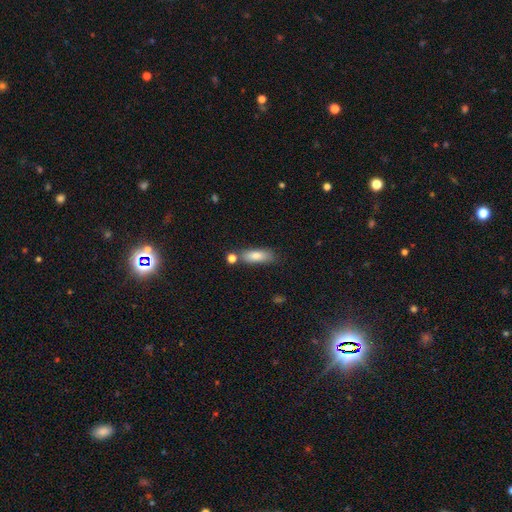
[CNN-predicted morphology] smooth-or-featured: smooth: 78% | featured or disk: 14% | star or artifact: 8%
  how-rounded: in between: 61% | cigar-shaped: 37% | round: 3%
  merging: none: 70% | minor disturbance: 15% | merger: 11% | major disturbance: 4%